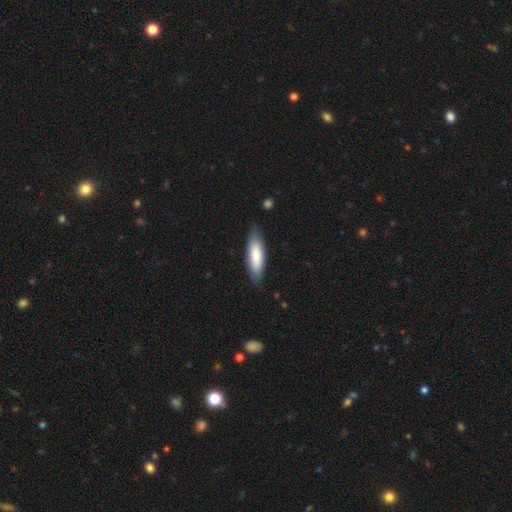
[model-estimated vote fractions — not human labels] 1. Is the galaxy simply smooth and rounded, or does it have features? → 73% smooth, 22% featured or disk, 5% star or artifact.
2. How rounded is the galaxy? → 52% in between, 46% cigar-shaped, 2% round.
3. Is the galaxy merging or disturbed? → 83% none, 14% minor disturbance, 2% major disturbance, 1% merger.